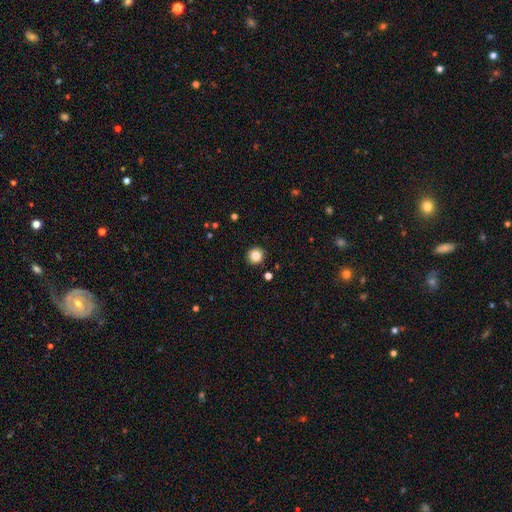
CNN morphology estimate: type=smooth (84%); roundness=round (93%); merging=none (92%).